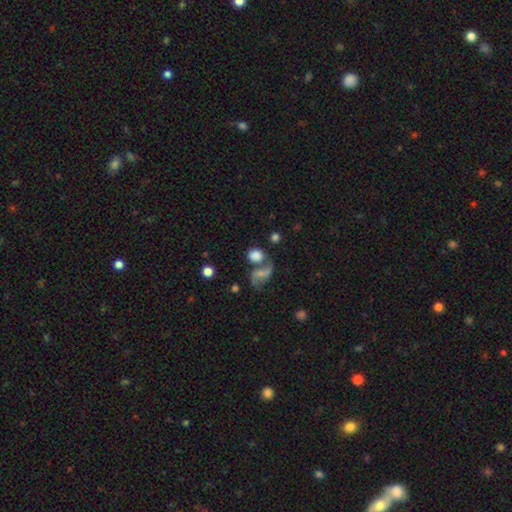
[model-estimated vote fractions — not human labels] Morphology: type=smooth (65%); roundness=round (67%); merging=none (46%).